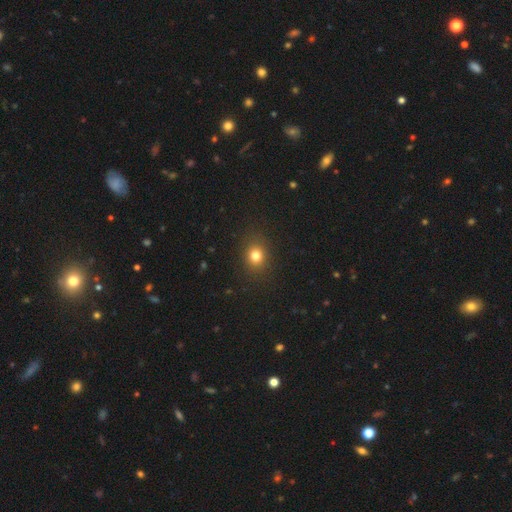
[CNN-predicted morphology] The model was most divided on "how rounded": round: 68%, in between: 31%, cigar-shaped: 1%. More confident: merging — none (88%); smooth or featured — smooth (79%).